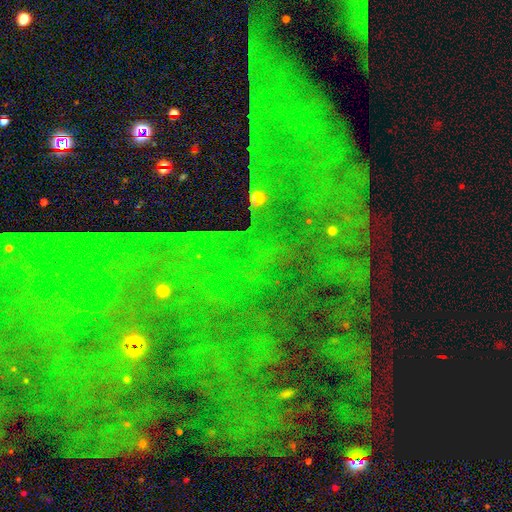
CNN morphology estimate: smooth-or-featured: star or artifact: 81% | featured or disk: 11% | smooth: 8%